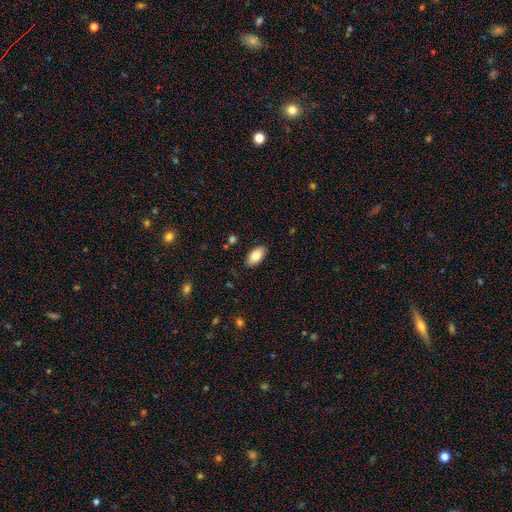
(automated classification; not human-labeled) Morphology: type=smooth (84%); roundness=in between (94%); merging=none (86%).